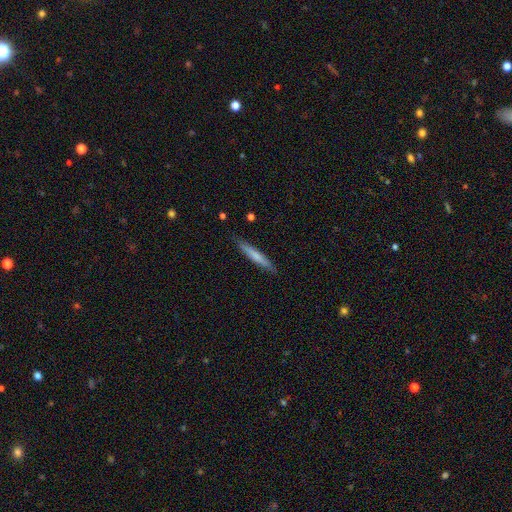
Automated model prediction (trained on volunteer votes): A smooth galaxy with no disk features (67%) that is cigar-shaped (94%). Merging: none (88%).